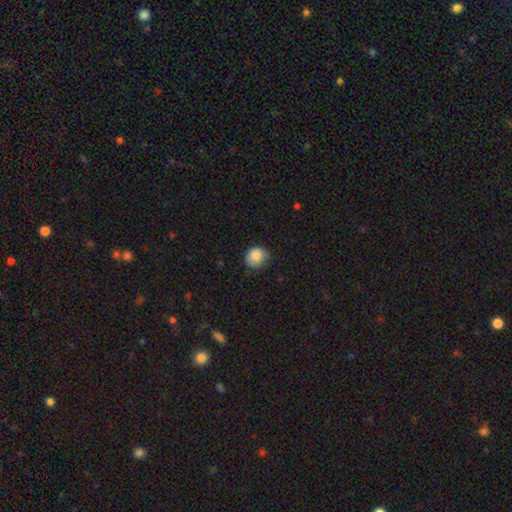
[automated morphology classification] smooth-or-featured: smooth: 86% | star or artifact: 8% | featured or disk: 6%
  how-rounded: round: 81% | in between: 18% | cigar-shaped: 1%
  merging: none: 65% | minor disturbance: 29% | major disturbance: 5% | merger: 1%